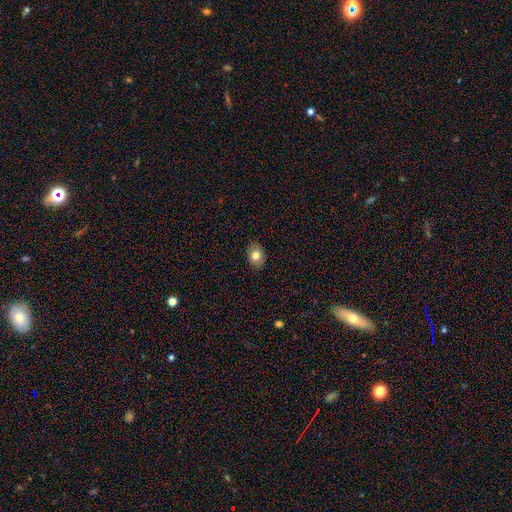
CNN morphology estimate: The model was most divided on "how rounded": in between: 68%, round: 31%, cigar-shaped: 1%. More confident: merging — none (87%); smooth or featured — smooth (79%).